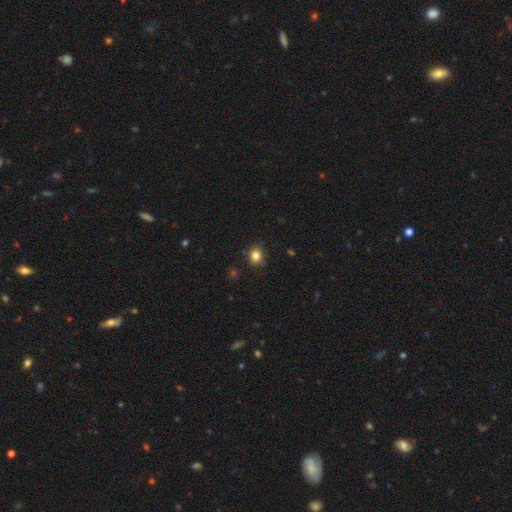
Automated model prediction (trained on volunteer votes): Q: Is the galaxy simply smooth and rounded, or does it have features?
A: smooth — 83%.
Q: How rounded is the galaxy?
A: round — 65%.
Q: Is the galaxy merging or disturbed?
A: none — 84%.